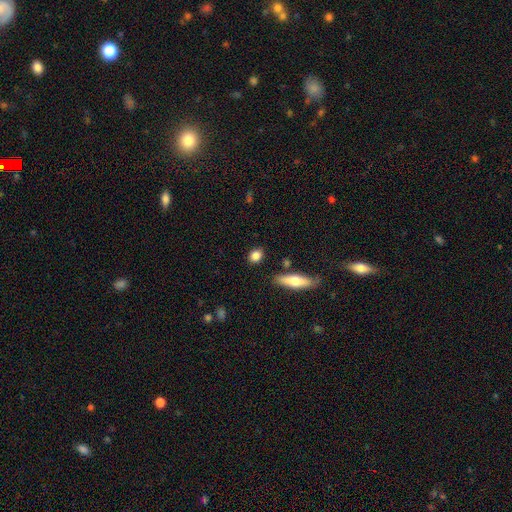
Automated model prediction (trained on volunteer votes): The model was most divided on "how rounded": round: 47%, in between: 46%, cigar-shaped: 7%. More confident: smooth or featured — smooth (85%); merging — none (84%).